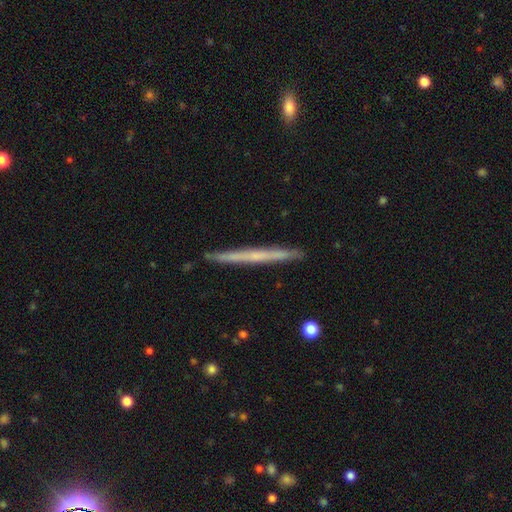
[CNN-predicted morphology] Q: Smooth or featured?
A: featured or disk (56%); runner-up: smooth (37%)
Q: Edge-on disk?
A: yes (97%); runner-up: no (3%)
Q: Edge-on bulge?
A: none (79%); runner-up: rounded (18%)
Q: Merging?
A: none (91%); runner-up: minor disturbance (7%)